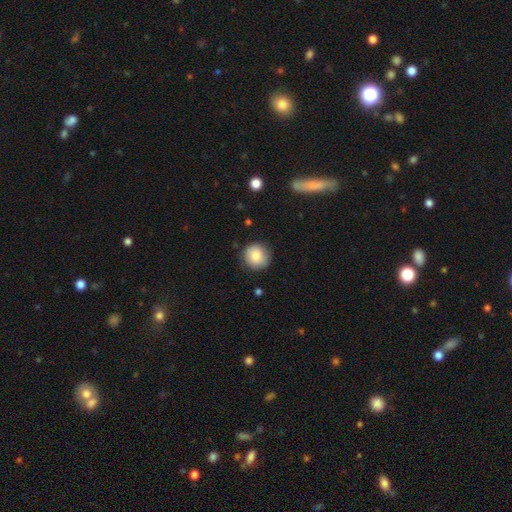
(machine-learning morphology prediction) Smooth or featured?
  - smooth: 84% *
  - featured or disk: 8%
  - star or artifact: 8%
How rounded?
  - round: 93% *
  - in between: 6%
  - cigar-shaped: 1%
Merging?
  - none: 86% *
  - minor disturbance: 10%
  - major disturbance: 2%
  - merger: 1%